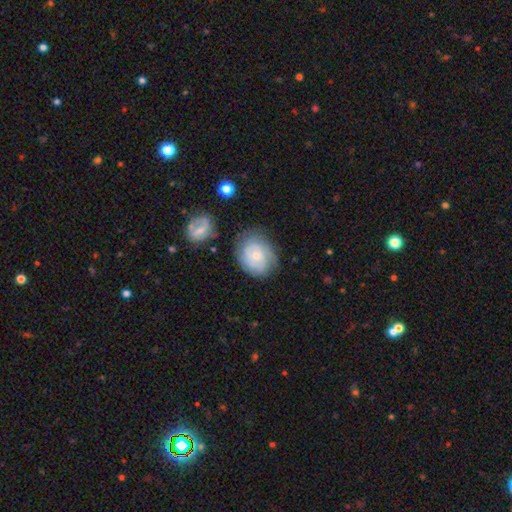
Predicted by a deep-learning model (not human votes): Smooth or featured? featured or disk (60%)
Edge-on disk? no (97%)
Bar? no (73%)
Spiral arms? yes (82%)
Bulge size? small (59%)
Merging? none (67%)